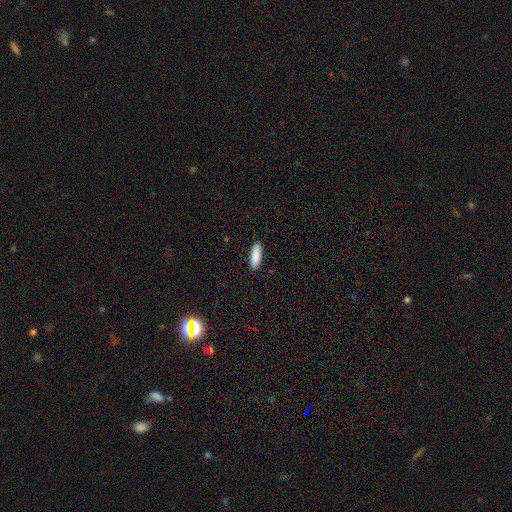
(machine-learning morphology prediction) Smooth or featured?
  - smooth: 90% *
  - star or artifact: 6%
  - featured or disk: 4%
How rounded?
  - in between: 56% *
  - cigar-shaped: 43%
  - round: 2%
Merging?
  - none: 90% *
  - minor disturbance: 7%
  - major disturbance: 2%
  - merger: 1%